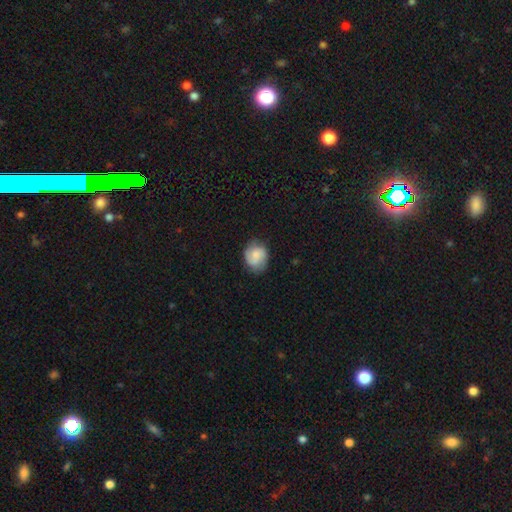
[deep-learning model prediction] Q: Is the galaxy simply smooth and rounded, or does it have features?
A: smooth — 55%.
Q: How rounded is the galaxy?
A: round — 62%.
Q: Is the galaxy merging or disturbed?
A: none — 73%.